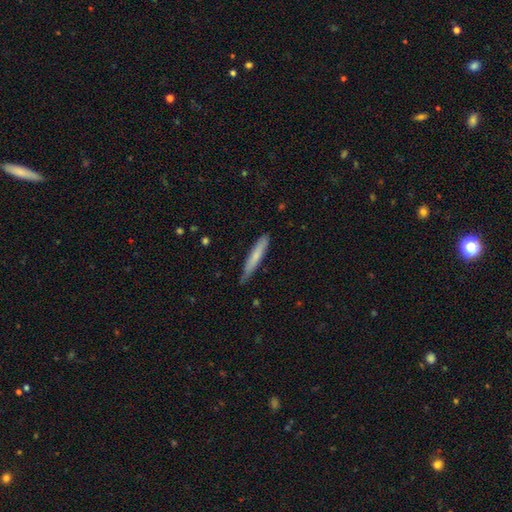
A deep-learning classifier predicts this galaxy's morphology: A smooth galaxy with no disk features (68%) that is cigar-shaped (94%). Merging: none (76%).